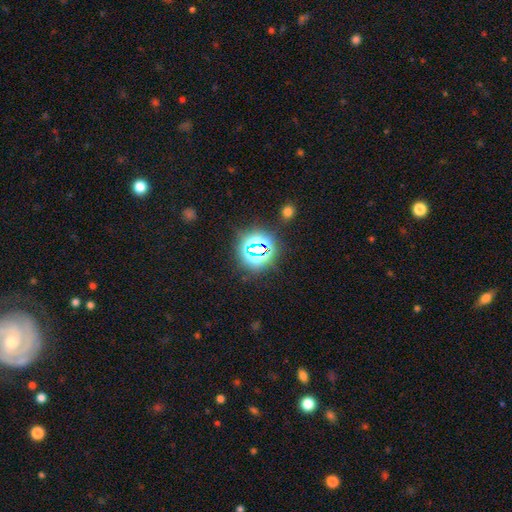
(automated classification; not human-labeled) Overall: star or artifact (78%).